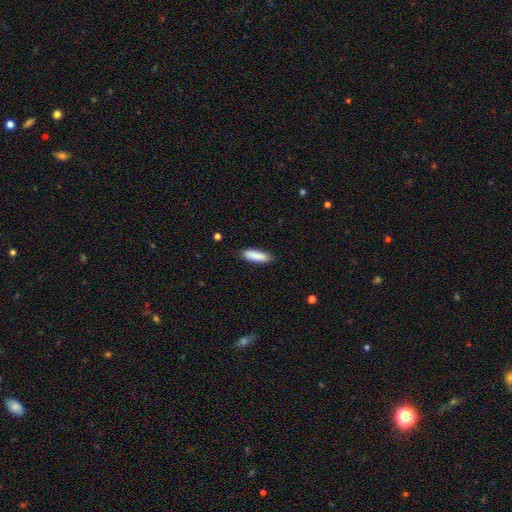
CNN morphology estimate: The model was most divided on "how rounded": cigar-shaped: 58%, in between: 41%, round: 1%. More confident: smooth or featured — smooth (89%); merging — none (86%).